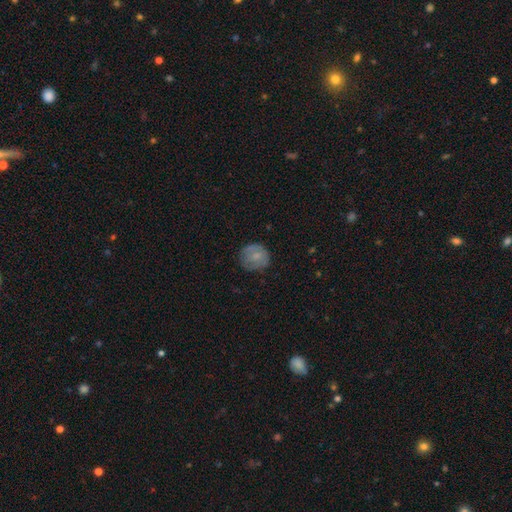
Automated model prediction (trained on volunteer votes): This is likely a smooth galaxy (67%). How rounded: clearly round (85%). Merging: likely none (73%).